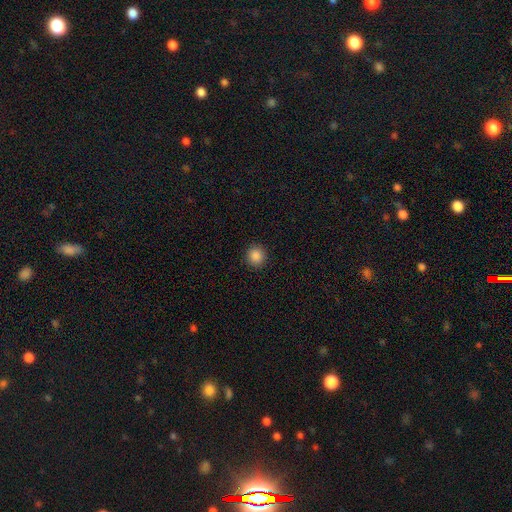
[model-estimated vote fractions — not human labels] Q: Smooth or featured?
A: smooth (86%); runner-up: star or artifact (10%)
Q: How rounded?
A: round (92%); runner-up: in between (7%)
Q: Merging?
A: none (92%); runner-up: minor disturbance (5%)